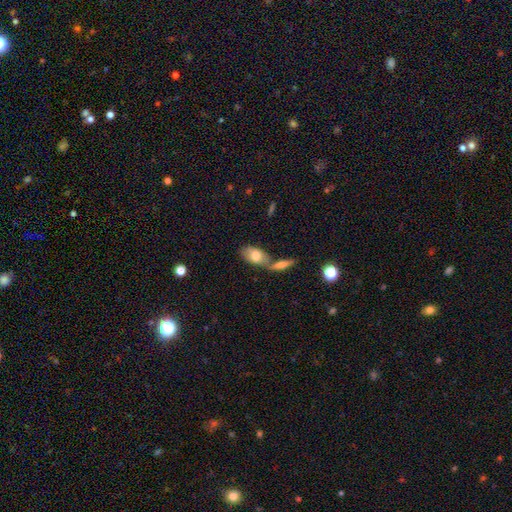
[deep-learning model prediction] Q: Smooth or featured?
A: smooth (73%); runner-up: featured or disk (21%)
Q: How rounded?
A: in between (91%); runner-up: cigar-shaped (5%)
Q: Merging?
A: none (44%); runner-up: merger (40%)